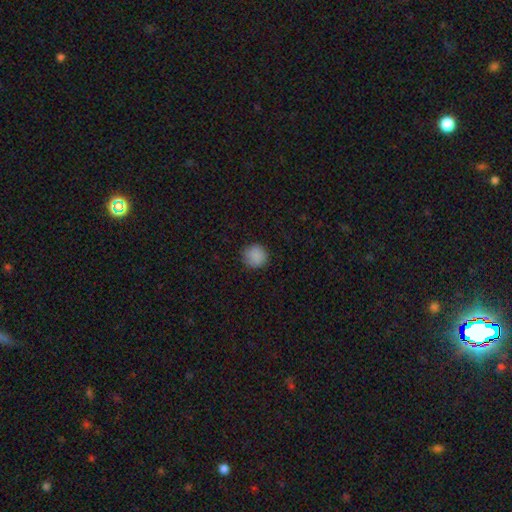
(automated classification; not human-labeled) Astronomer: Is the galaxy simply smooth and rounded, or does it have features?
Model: smooth — 87%.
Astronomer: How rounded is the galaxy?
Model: round — 92%.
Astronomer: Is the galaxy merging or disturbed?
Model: none — 85%.